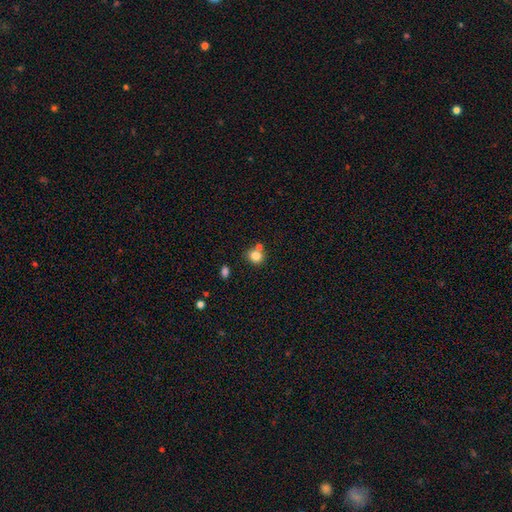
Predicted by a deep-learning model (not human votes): Smooth or featured?
  - smooth: 82% *
  - star or artifact: 11%
  - featured or disk: 7%
How rounded?
  - round: 80% *
  - in between: 19%
  - cigar-shaped: 1%
Merging?
  - none: 64% *
  - merger: 23%
  - minor disturbance: 10%
  - major disturbance: 3%